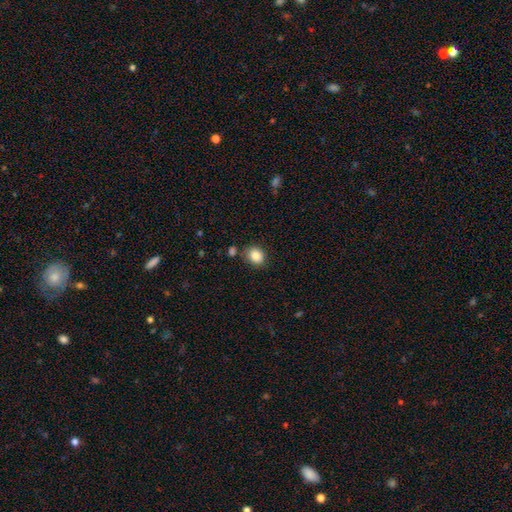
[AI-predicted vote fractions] smooth_or_featured: smooth (p=0.86) [alt: star or artifact p=0.09]
how_rounded: round (p=0.60) [alt: in between p=0.39]
merging: none (p=0.78) [alt: minor disturbance p=0.12]